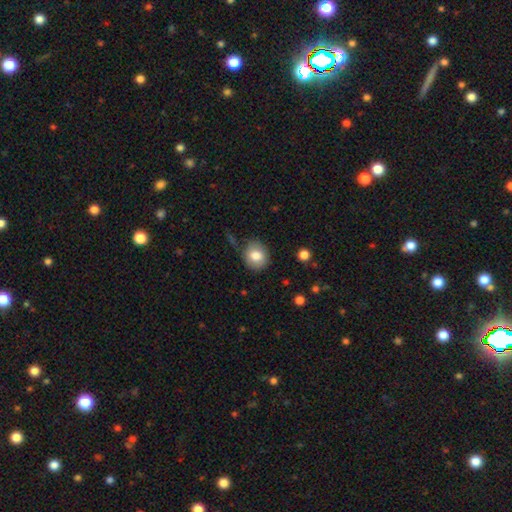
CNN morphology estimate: The model was most divided on "how rounded": round: 73%, in between: 26%, cigar-shaped: 1%. More confident: smooth or featured — smooth (81%); merging — none (78%).